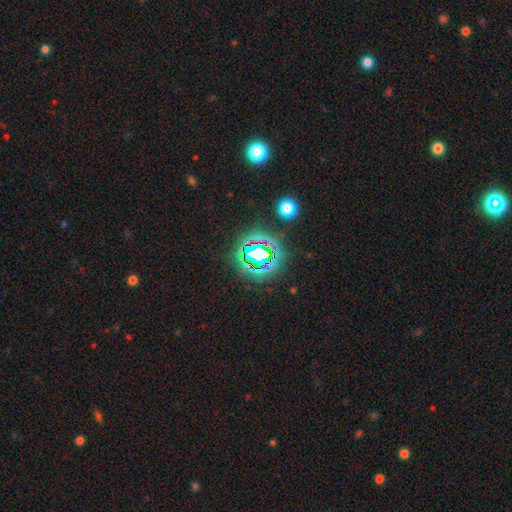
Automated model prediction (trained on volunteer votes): Smooth or featured?
  - star or artifact: 71% *
  - smooth: 18%
  - featured or disk: 11%